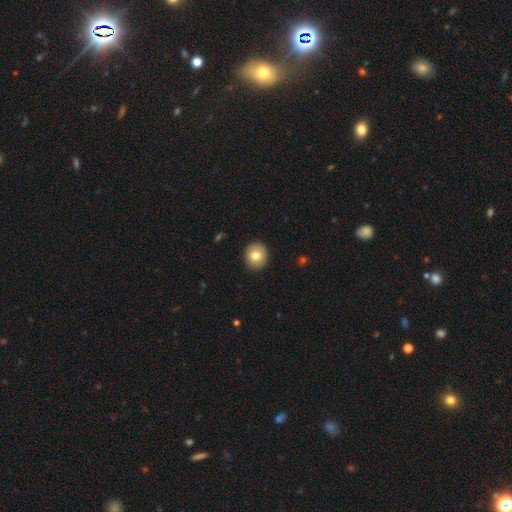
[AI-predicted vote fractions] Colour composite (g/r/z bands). It shows a smooth galaxy with no disk features (77%) that is round (88%). Merging: none (91%).